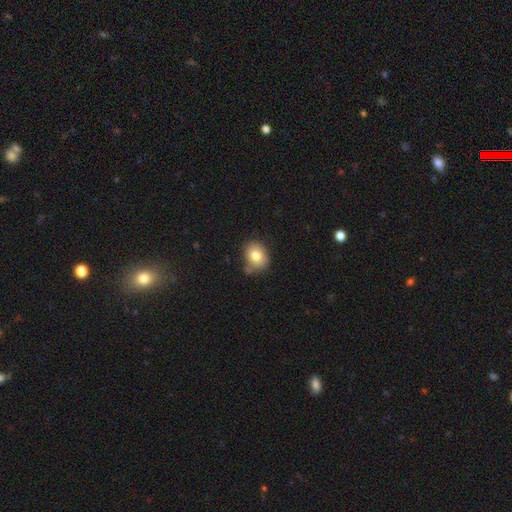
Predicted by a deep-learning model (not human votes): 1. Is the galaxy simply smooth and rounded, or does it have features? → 79% smooth, 12% featured or disk, 9% star or artifact.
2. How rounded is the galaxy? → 52% in between, 47% round, 1% cigar-shaped.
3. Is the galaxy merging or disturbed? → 71% none, 19% minor disturbance, 7% merger, 4% major disturbance.